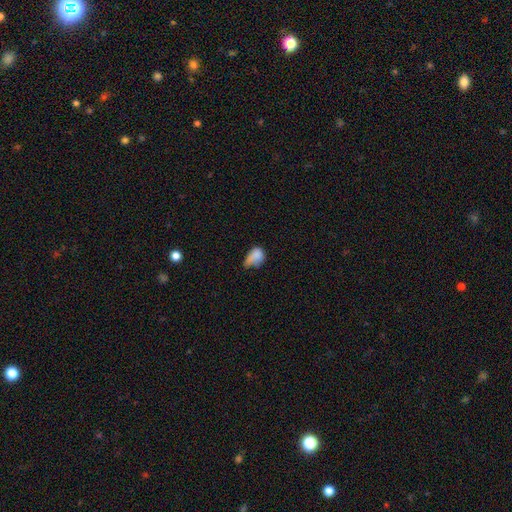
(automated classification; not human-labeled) This appears to be a smooth galaxy with no disk features (78%) that is in between round and cigar-shaped (77%). Merging: minor disturbance (43%).